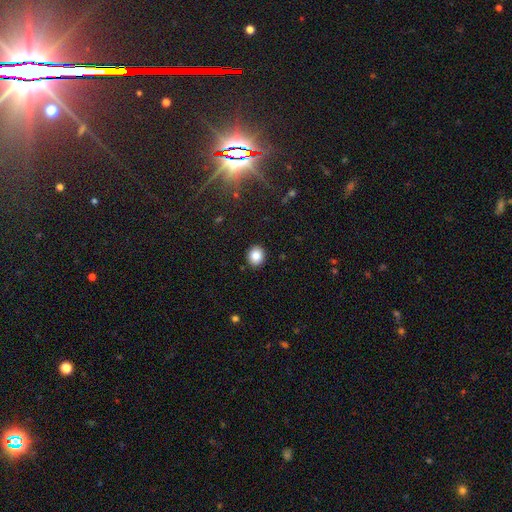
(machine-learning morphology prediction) Smooth or featured? smooth (85%)
How rounded? round (74%)
Merging? none (91%)